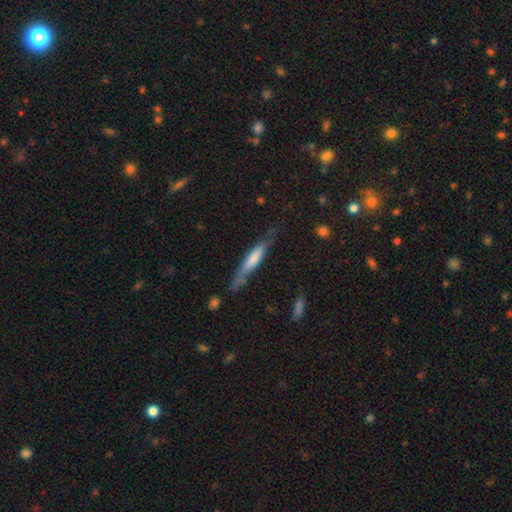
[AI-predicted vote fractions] Smooth or featured? Predicted: featured or disk (p=0.60). Edge-on disk? Predicted: yes (p=0.89). Edge-on bulge? Predicted: rounded (p=0.57). Merging? Predicted: none (p=0.75).